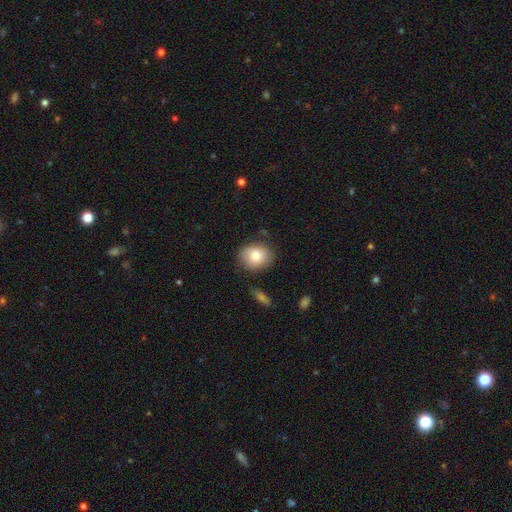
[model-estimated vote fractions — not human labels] smooth_or_featured: smooth (p=0.80) [alt: featured or disk p=0.12]
how_rounded: round (p=0.61) [alt: in between p=0.37]
merging: none (p=0.78) [alt: minor disturbance p=0.16]